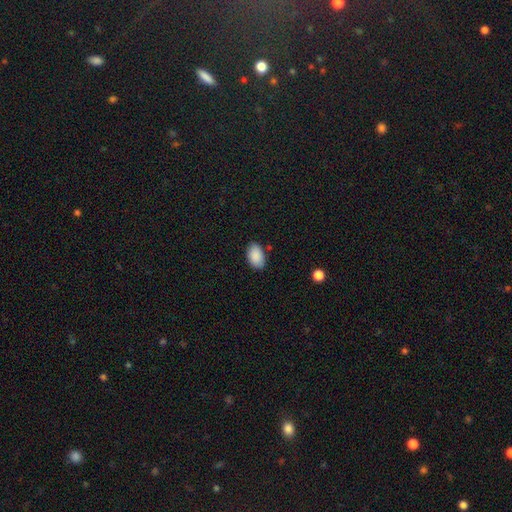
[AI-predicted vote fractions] Overall: smooth (90%). How rounded: in between (91%). Merging: none (82%).